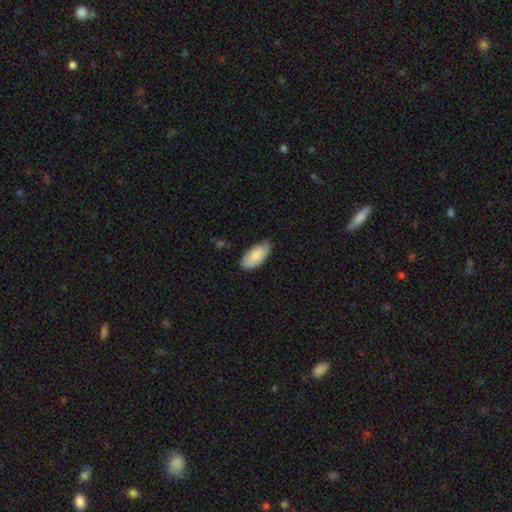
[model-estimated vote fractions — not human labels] smooth_or_featured: smooth (p=0.82) [alt: featured or disk p=0.12]
how_rounded: in between (p=0.93) [alt: cigar-shaped p=0.05]
merging: none (p=0.64) [alt: minor disturbance p=0.31]